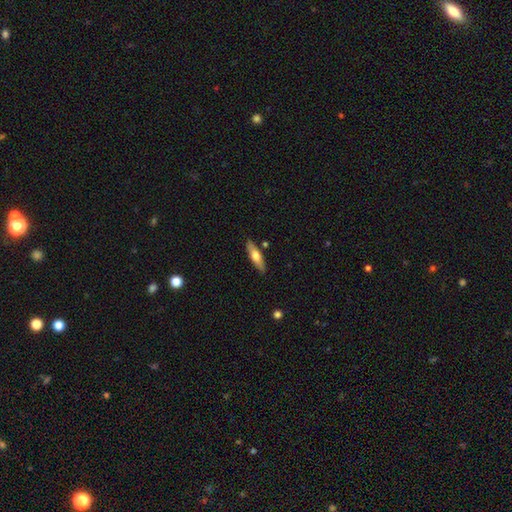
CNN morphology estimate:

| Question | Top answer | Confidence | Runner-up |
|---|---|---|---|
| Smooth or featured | smooth | 53% | featured or disk (41%) |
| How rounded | cigar-shaped | 68% | in between (30%) |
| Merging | none | 86% | minor disturbance (9%) |